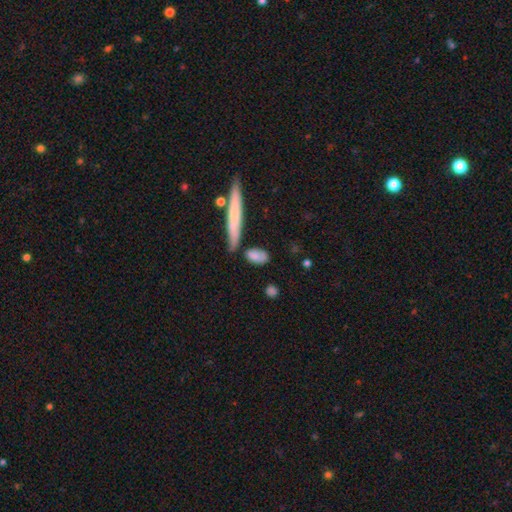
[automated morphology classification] A smooth galaxy with no disk features (80%) that is in between round and cigar-shaped (76%).

Vote fractions:
- Smooth or featured? smooth: 80% / featured or disk: 13% / star or artifact: 7%
- How rounded? in between: 76% / cigar-shaped: 19% / round: 5%
- Merging? none: 65% / minor disturbance: 19% / merger: 10% / major disturbance: 6%